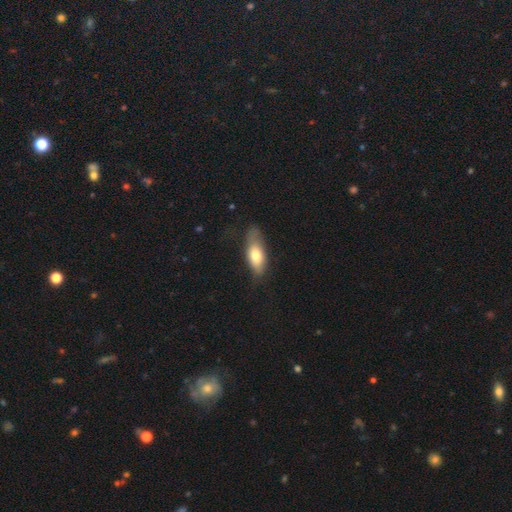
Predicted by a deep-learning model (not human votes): This is likely a smooth galaxy (69%). How rounded: likely in between (73%). Merging: possibly none (58%).